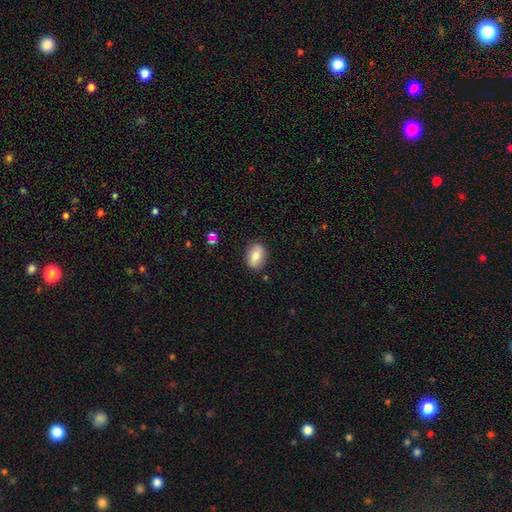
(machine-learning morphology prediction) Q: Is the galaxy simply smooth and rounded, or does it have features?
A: smooth — 79%.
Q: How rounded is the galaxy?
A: in between — 81%.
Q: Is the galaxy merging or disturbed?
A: none — 84%.